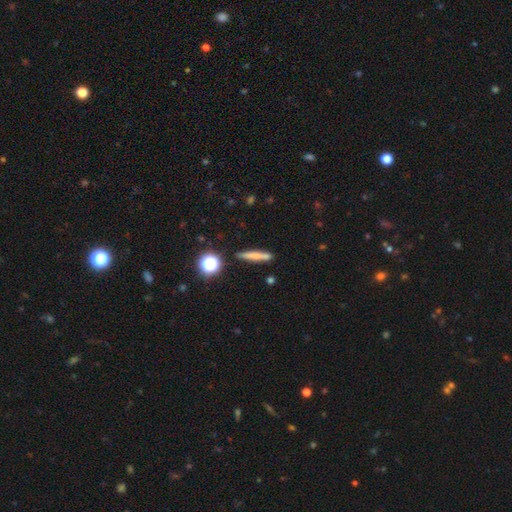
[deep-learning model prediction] smooth 66%, featured or disk 23%, star or artifact 10%. Down the decision tree: how rounded — cigar-shaped (89%); merging — none (85%).